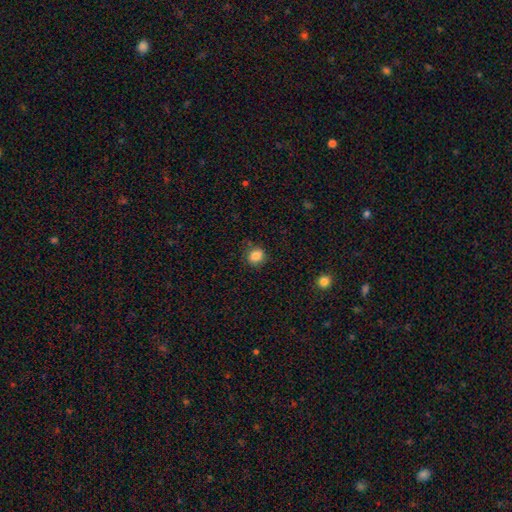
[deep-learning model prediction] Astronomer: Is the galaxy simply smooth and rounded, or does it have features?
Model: smooth — 84%.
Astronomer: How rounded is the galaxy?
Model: round — 72%.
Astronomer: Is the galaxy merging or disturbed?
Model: none — 79%.